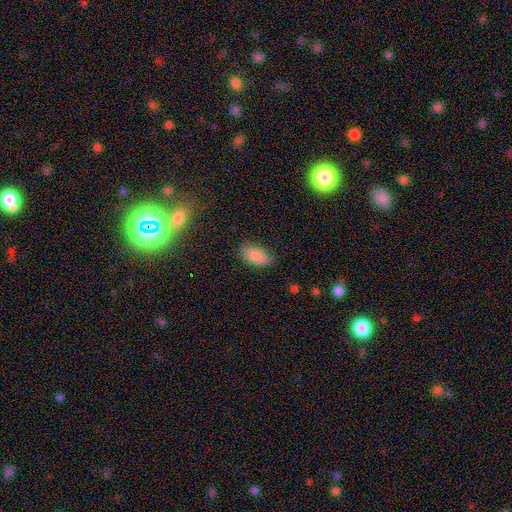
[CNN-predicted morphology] type=smooth (88%); roundness=in between (94%); merging=none (84%).